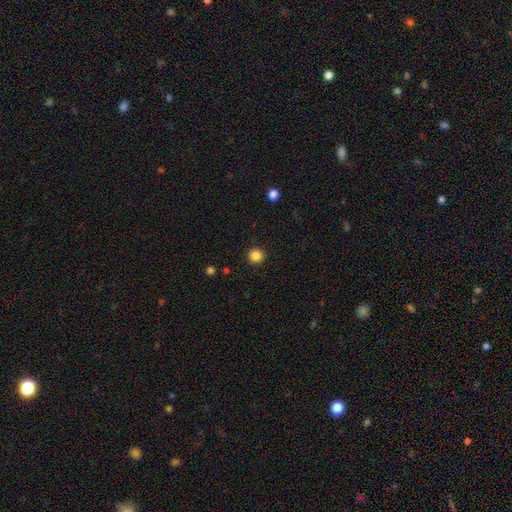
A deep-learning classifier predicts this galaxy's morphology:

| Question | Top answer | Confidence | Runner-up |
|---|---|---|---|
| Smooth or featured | smooth | 85% | star or artifact (11%) |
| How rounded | round | 95% | in between (4%) |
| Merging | none | 93% | minor disturbance (5%) |